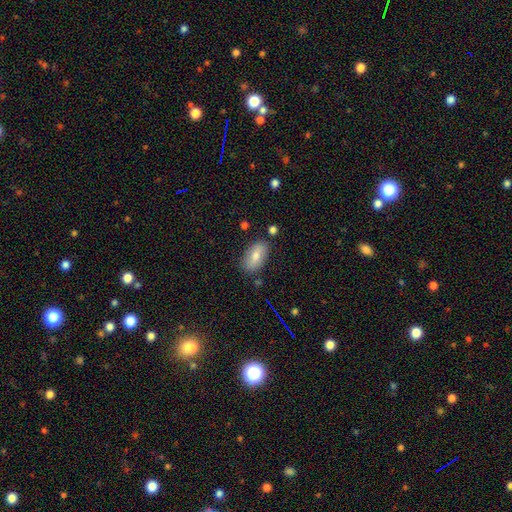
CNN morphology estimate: Overall: smooth (73%). How rounded: in between (91%). Merging: none (82%).